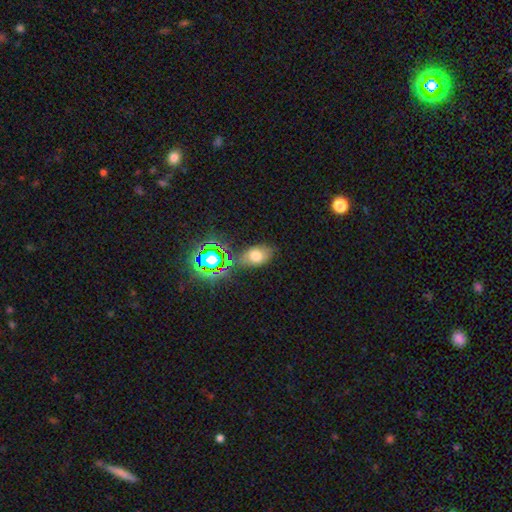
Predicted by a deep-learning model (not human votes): Smooth or featured: smooth — 65% (star or artifact — 22%)
How rounded: in between — 84% (round — 14%)
Merging: none — 69% (minor disturbance — 19%)